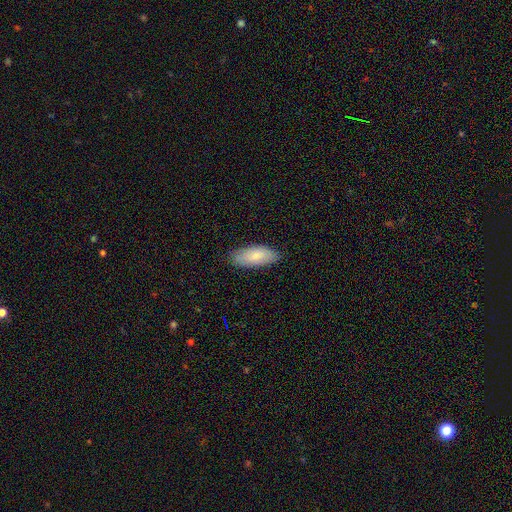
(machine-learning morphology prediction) A smooth galaxy with no disk features (81%) that is in between round and cigar-shaped (82%). Merging: none (83%).